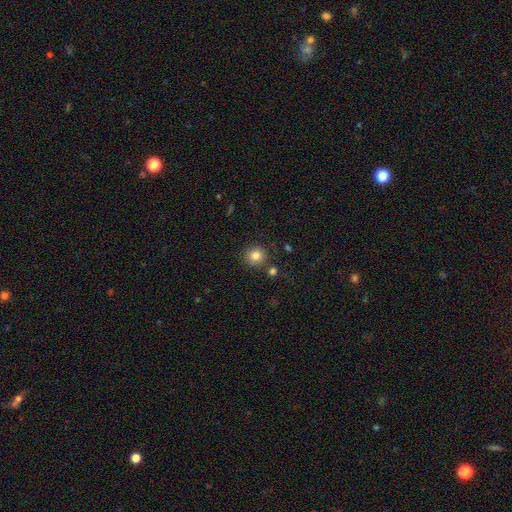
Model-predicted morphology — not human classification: A smooth galaxy with no disk features (83%) that is round (92%). Merging: none (84%).